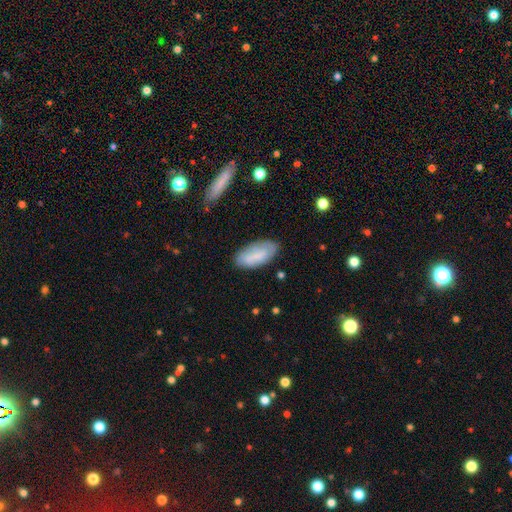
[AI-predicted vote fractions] Overall: smooth (71%). How rounded: in between (88%). Merging: none (72%).